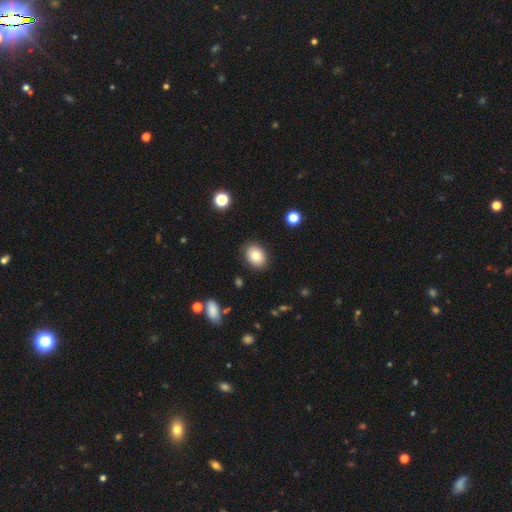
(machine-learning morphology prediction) smooth-or-featured: smooth: 80% | featured or disk: 11% | star or artifact: 9%
  how-rounded: in between: 69% | round: 30% | cigar-shaped: 1%
  merging: none: 88% | minor disturbance: 9% | major disturbance: 2% | merger: 1%